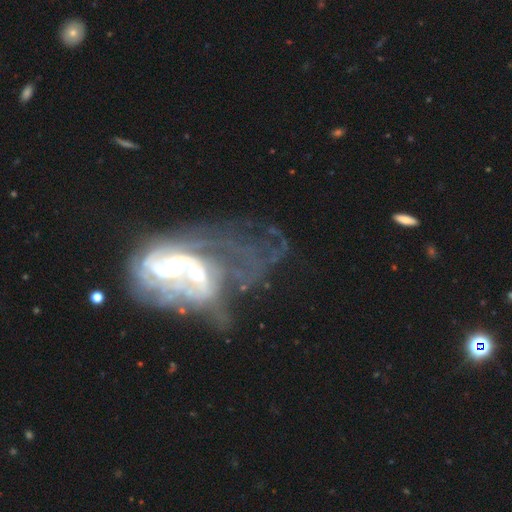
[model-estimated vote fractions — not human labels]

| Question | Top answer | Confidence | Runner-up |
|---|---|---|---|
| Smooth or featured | featured or disk | 77% | star or artifact (12%) |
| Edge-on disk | no | 96% | yes (4%) |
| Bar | no | 54% | weak (31%) |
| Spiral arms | yes | 67% | no (33%) |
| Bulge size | moderate | 52% | small (30%) |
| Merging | merger | 63% | major disturbance (22%) |